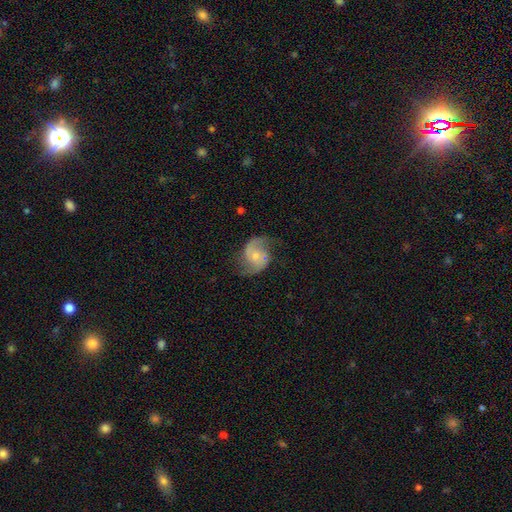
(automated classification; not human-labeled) This is clearly a featured or disk galaxy (82%). It is clearly not viewed edge-on (98%). Bar: likely no (63%). Spiral arm pattern: clearly yes (95%). Spiral arm count: clearly 2 (91%). Spiral winding: possibly medium (47%). Central bulge: possibly small (52%). Merging: likely none (70%).